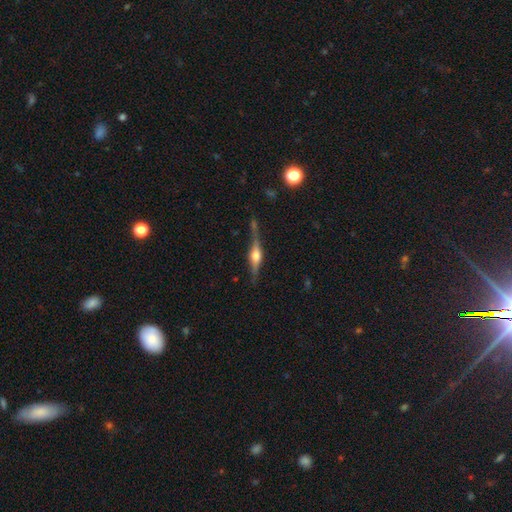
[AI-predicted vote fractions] The model was most divided on "smooth or featured": featured or disk: 73%, smooth: 20%, star or artifact: 7%. More confident: edge-on disk — yes (96%); edge-on bulge — rounded (91%); merging — none (70%).